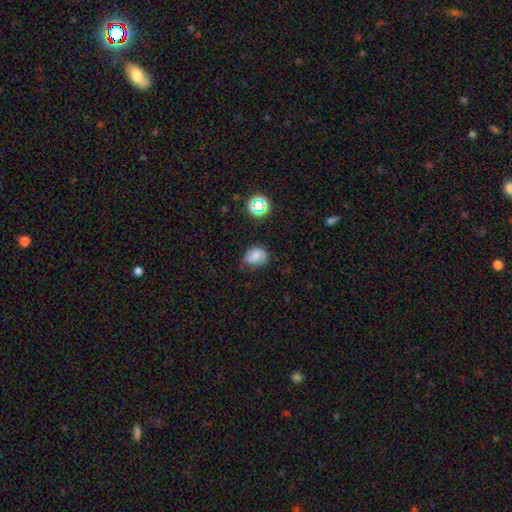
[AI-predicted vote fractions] Smooth or featured: smooth — 66% (featured or disk — 20%)
How rounded: in between — 51% (round — 48%)
Merging: none — 52% (minor disturbance — 35%)